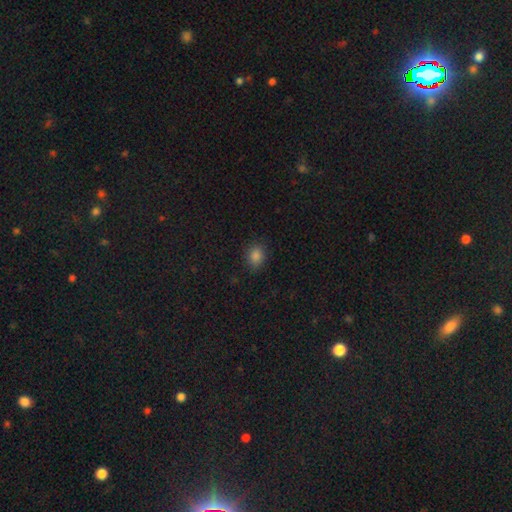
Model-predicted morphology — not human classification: The model was most divided on "how rounded": round: 51%, in between: 48%, cigar-shaped: 1%. More confident: merging — none (86%); smooth or featured — smooth (83%).